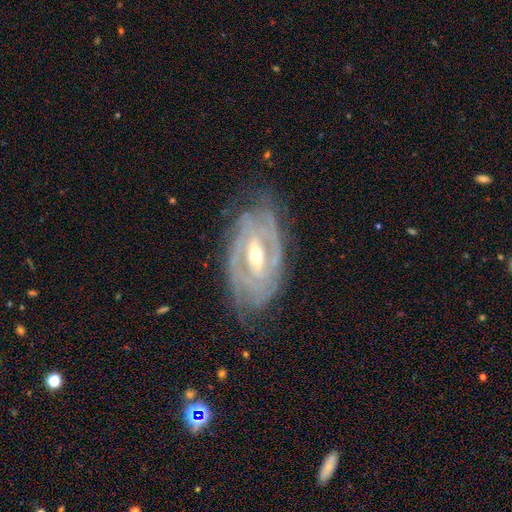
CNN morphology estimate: Q: Smooth or featured?
A: featured or disk (86%); runner-up: smooth (7%)
Q: Edge-on disk?
A: no (91%); runner-up: yes (9%)
Q: Bar?
A: strong (43%); runner-up: weak (39%)
Q: Spiral arms?
A: yes (90%); runner-up: no (10%)
Q: Spiral winding?
A: tight (73%); runner-up: medium (21%)
Q: Spiral arm count?
A: can't tell (37%); runner-up: 2 (31%)
Q: Bulge size?
A: moderate (64%); runner-up: small (31%)
Q: Merging?
A: none (75%); runner-up: minor disturbance (18%)